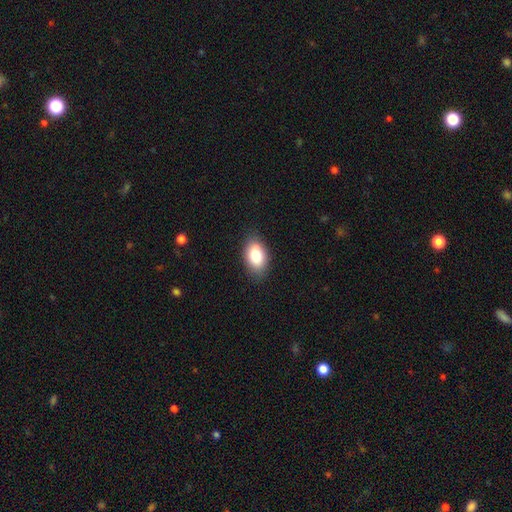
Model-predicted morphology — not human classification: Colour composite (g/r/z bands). It shows a smooth galaxy with no disk features (84%) that is in between round and cigar-shaped (91%). Merging: none (82%).